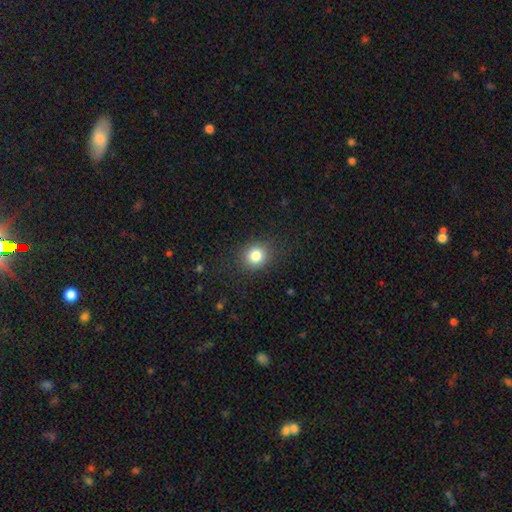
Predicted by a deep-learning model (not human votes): smooth 82%, star or artifact 11%, featured or disk 7%. Down the decision tree: how rounded — round (79%); merging — none (87%).